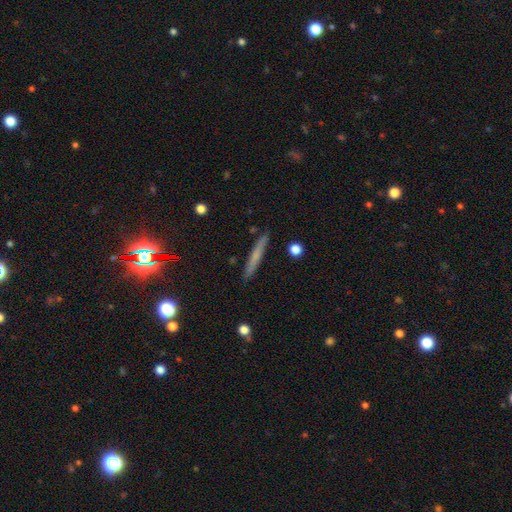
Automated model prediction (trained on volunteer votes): Overall: smooth (58%; featured or disk 33%). How rounded: cigar-shaped (95%). Merging: none (89%).